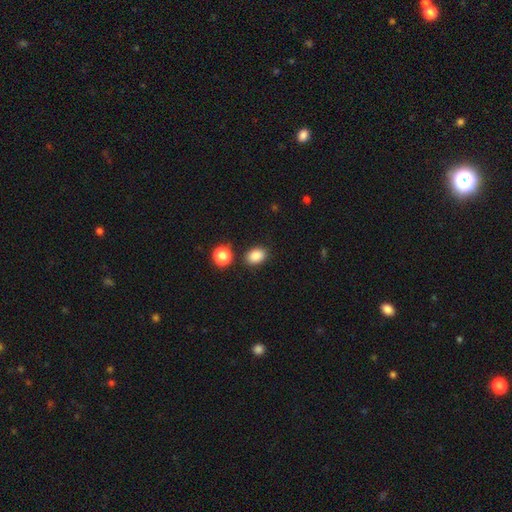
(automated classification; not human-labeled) smooth 86%, star or artifact 10%, featured or disk 4%. Down the decision tree: how rounded — in between (72%); merging — none (84%).